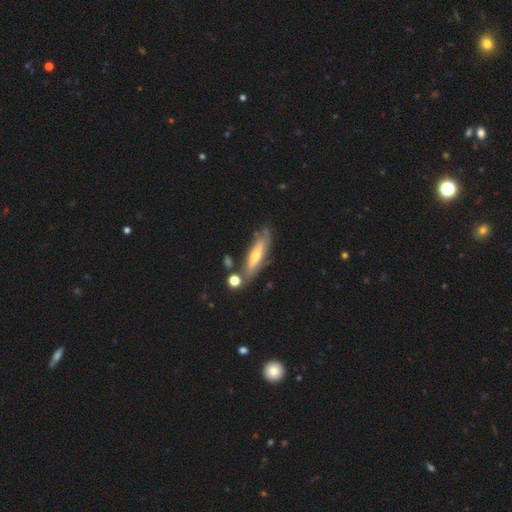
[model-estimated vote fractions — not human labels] Smooth or featured? Predicted: featured or disk (p=0.62). Edge-on disk? Predicted: yes (p=0.51). Merging? Predicted: none (p=0.67).